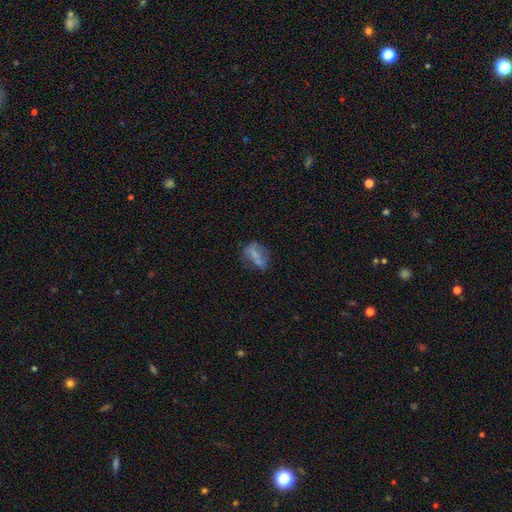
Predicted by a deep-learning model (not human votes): Morphology: type=smooth (49%); merging=none (44%).